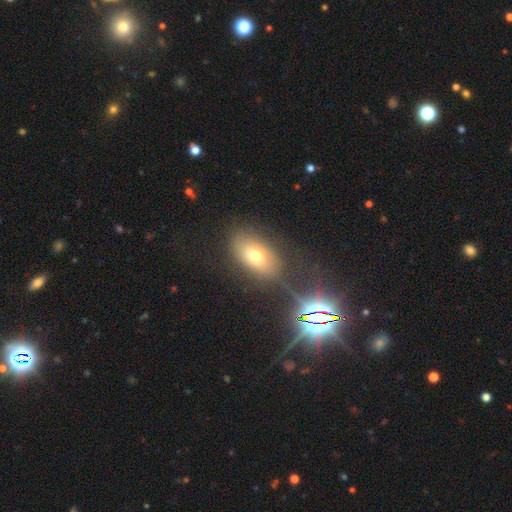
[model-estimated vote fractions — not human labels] A smooth galaxy with no disk features (59%) that is in between round and cigar-shaped (88%). Merging: none (76%).